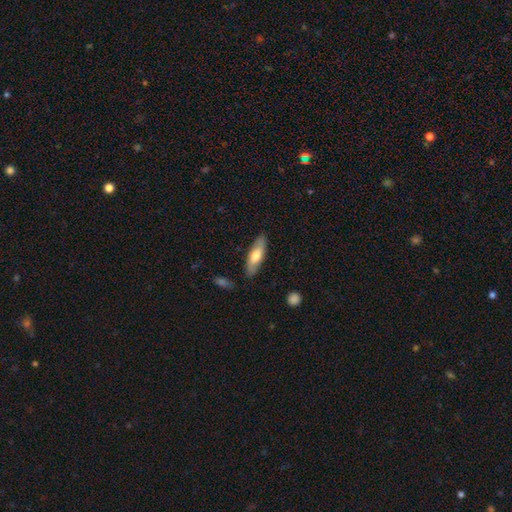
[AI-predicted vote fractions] This is likely a smooth galaxy (62%). How rounded: possibly in between (49%). Merging: clearly none (85%).